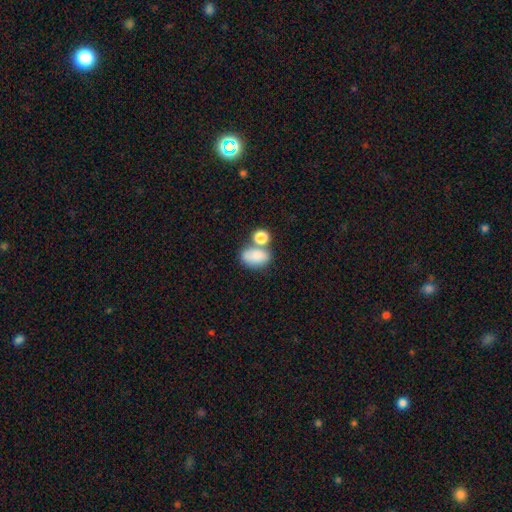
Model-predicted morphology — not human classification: Smooth or featured?
  - smooth: 83% *
  - featured or disk: 9%
  - star or artifact: 8%
How rounded?
  - in between: 86% *
  - round: 13%
  - cigar-shaped: 2%
Merging?
  - none: 43% *
  - merger: 38%
  - minor disturbance: 13%
  - major disturbance: 6%